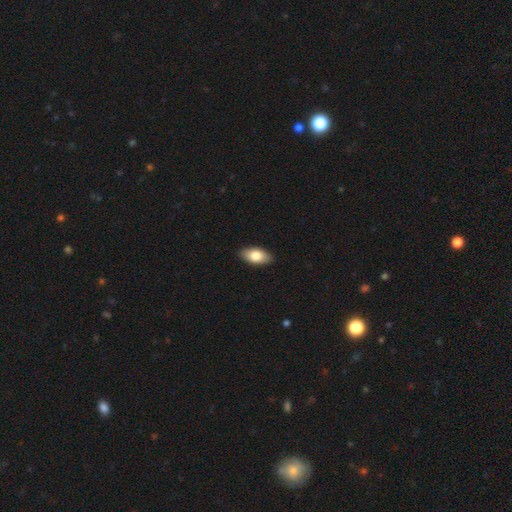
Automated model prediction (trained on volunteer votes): Smooth or featured: smooth — 81% (featured or disk — 13%)
How rounded: in between — 93% (cigar-shaped — 4%)
Merging: none — 89% (minor disturbance — 9%)